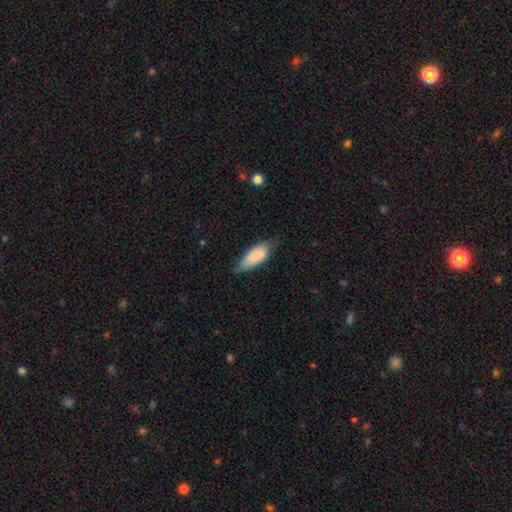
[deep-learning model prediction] Q: Smooth or featured?
A: smooth (79%); runner-up: featured or disk (15%)
Q: How rounded?
A: in between (79%); runner-up: cigar-shaped (19%)
Q: Merging?
A: none (56%); runner-up: minor disturbance (35%)